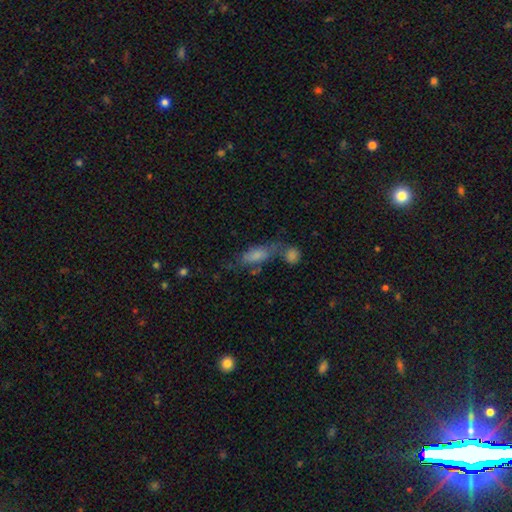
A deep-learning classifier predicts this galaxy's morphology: This appears to be a smooth galaxy with no disk features (61%) that is in between round and cigar-shaped (67%). Merging: none (42%).